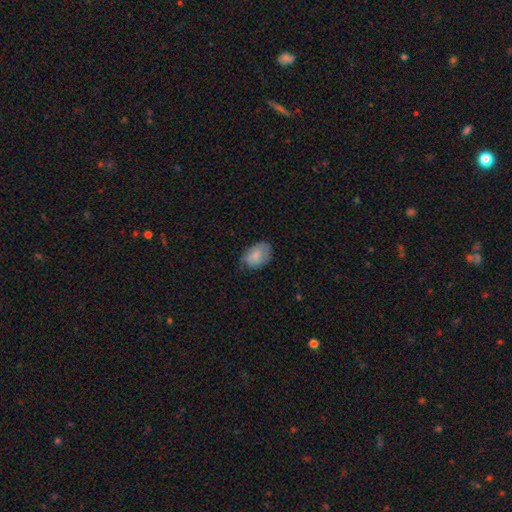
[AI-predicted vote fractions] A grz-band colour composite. It shows a smooth galaxy with no disk features (77%) that is in between round and cigar-shaped (82%). Merging: none (59%).